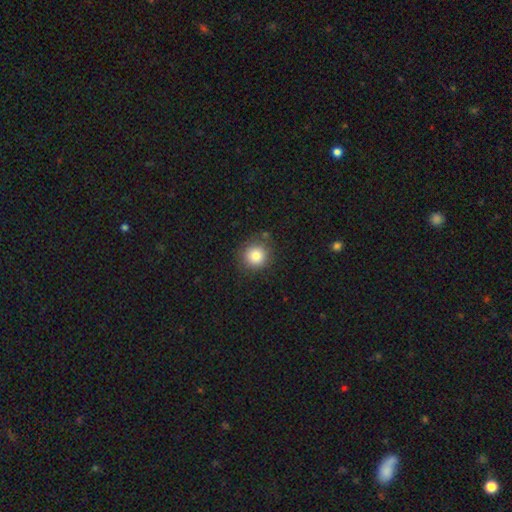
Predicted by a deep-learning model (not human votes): A smooth galaxy with no disk features (82%) that is round (93%).

Vote fractions:
- Smooth or featured? smooth: 82% / star or artifact: 11% / featured or disk: 7%
- How rounded? round: 93% / in between: 6% / cigar-shaped: 1%
- Merging? none: 84% / minor disturbance: 11% / major disturbance: 3% / merger: 2%